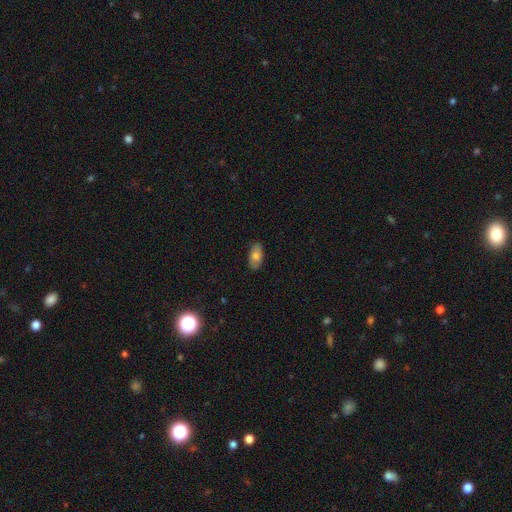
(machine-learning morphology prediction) The model was most divided on "smooth or featured": smooth: 75%, featured or disk: 17%, star or artifact: 8%. More confident: how rounded — in between (93%); merging — none (86%).